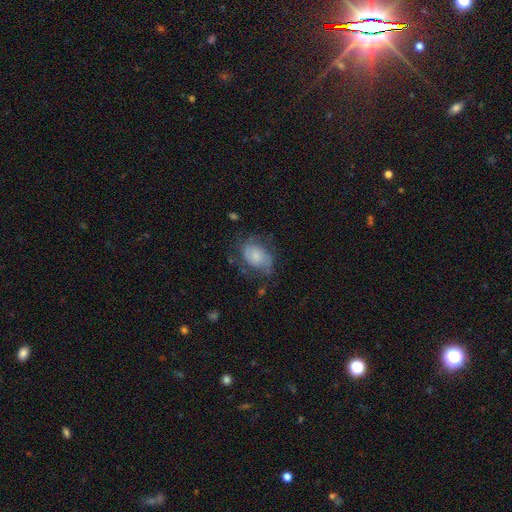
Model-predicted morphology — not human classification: Q: Smooth or featured?
A: smooth (48%); runner-up: featured or disk (43%)
Q: Merging?
A: none (49%); runner-up: minor disturbance (28%)